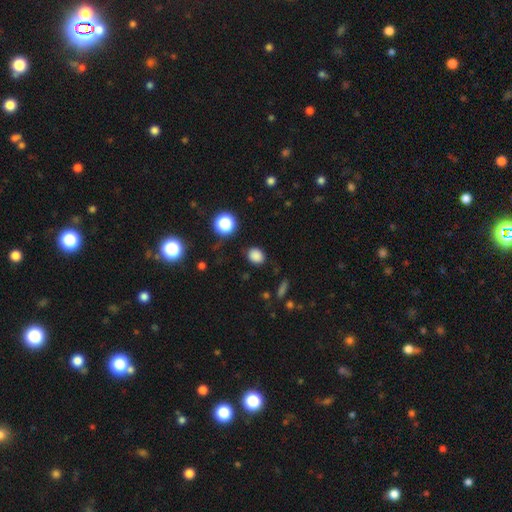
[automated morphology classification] Smooth or featured? Predicted: smooth (p=0.82). How rounded? Predicted: round (p=0.60). Merging? Predicted: none (p=0.86).